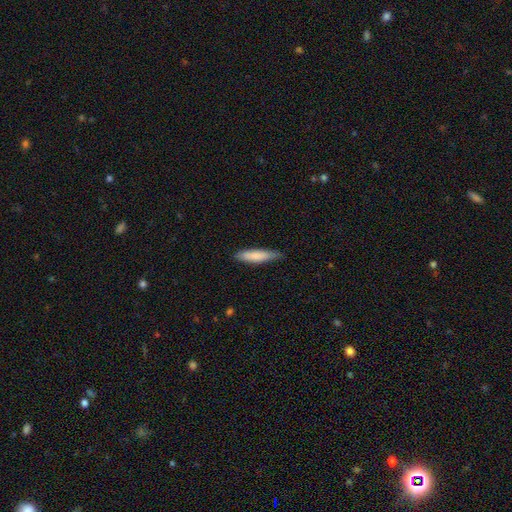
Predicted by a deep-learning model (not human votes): This is likely a smooth galaxy (80%). How rounded: clearly cigar-shaped (82%). Merging: likely none (77%).